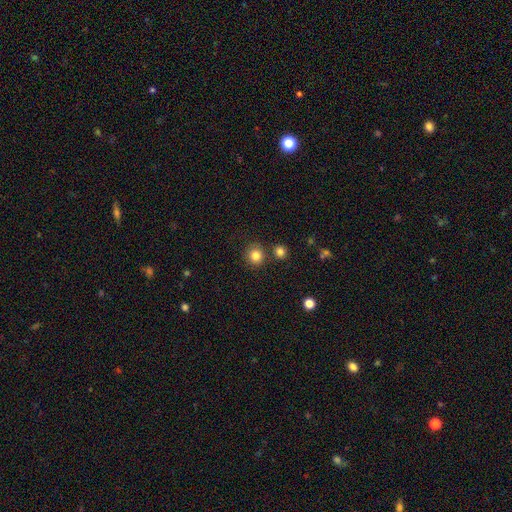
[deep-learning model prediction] Smooth or featured? Predicted: smooth (p=0.83). How rounded? Predicted: round (p=0.90). Merging? Predicted: none (p=0.81).